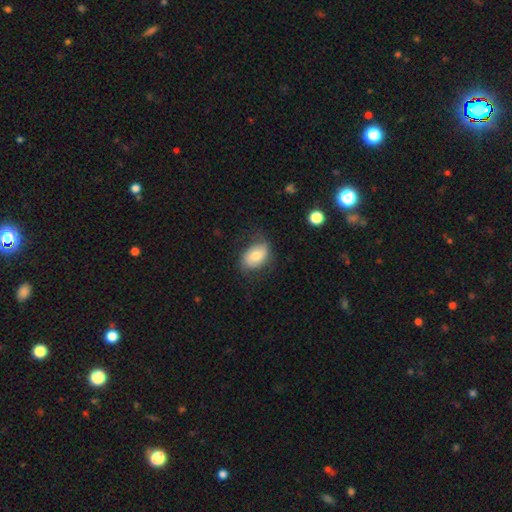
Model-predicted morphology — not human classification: Smooth or featured? Predicted: smooth (p=0.61). How rounded? Predicted: in between (p=0.82). Merging? Predicted: none (p=0.63).